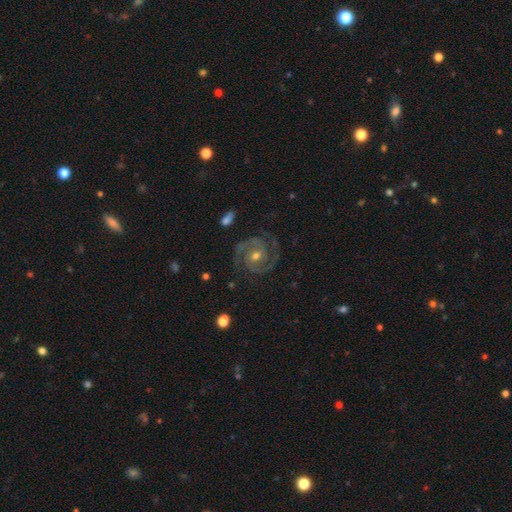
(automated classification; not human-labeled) A featured or disk galaxy (92%) with no bar (60%), 2 (91%) tight (56%) spiral arms (99%) and a moderate central bulge (64%).

Vote fractions:
- Smooth or featured? featured or disk: 92% / star or artifact: 5% / smooth: 3%
- Edge-on disk? no: 98% / yes: 2%
- Bar? no: 60% / weak: 30% / strong: 11%
- Spiral arms? yes: 99% / no: 1%
- Spiral winding? tight: 56% / medium: 39% / loose: 5%
- Spiral arm count? 2: 91% / 3: 3% / can't tell: 2% / 1: 1% / 4: 1% / more than 4: 1%
- Bulge size? moderate: 64% / small: 32% / large: 2% / none: 1% / dominant: 1%
- Merging? none: 83% / minor disturbance: 12% / major disturbance: 4% / merger: 1%